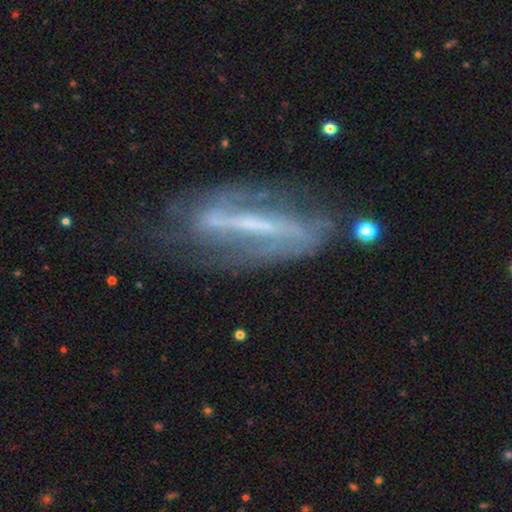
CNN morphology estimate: This appears to be a featured or disk galaxy (78%) with a strong bar (72%), spiral arms (72%) and a small central bulge (45%). Merging: none (64%).